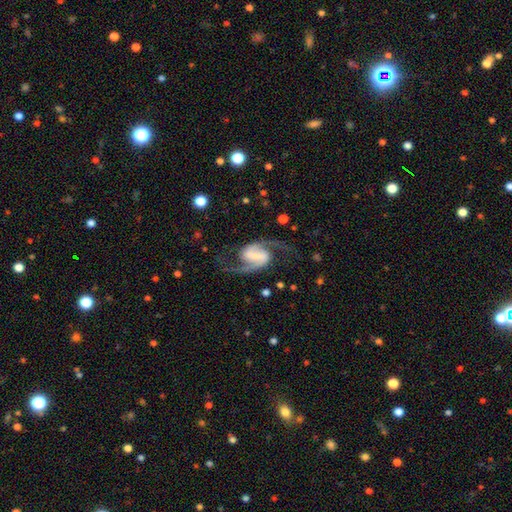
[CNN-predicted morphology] This appears to be a featured or disk galaxy (92%) with a strong bar (42%), 2 (95%) medium (49%) spiral arms (98%) and a small central bulge (41%). Merging: none (78%).